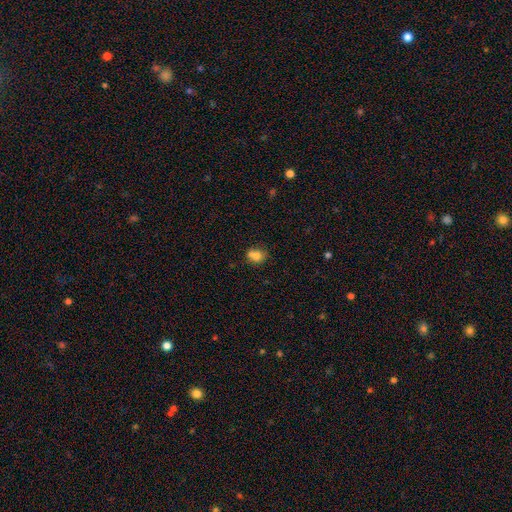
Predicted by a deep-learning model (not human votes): The model was most divided on "merging": none: 43%, merger: 38%, minor disturbance: 14%, major disturbance: 5%. More confident: smooth or featured — smooth (74%); how rounded — round (61%).